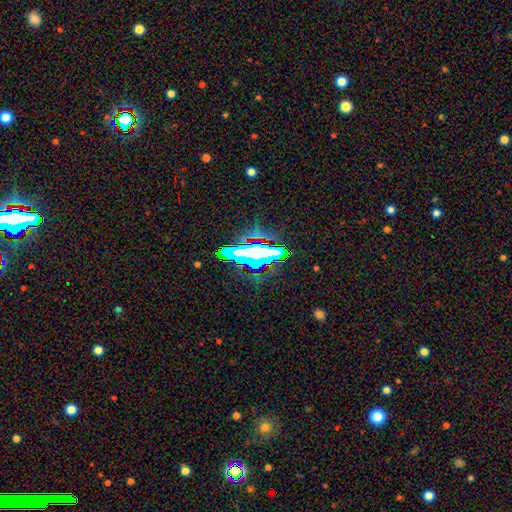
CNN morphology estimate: This is possibly a star or artifact rather than a galaxy (48%).